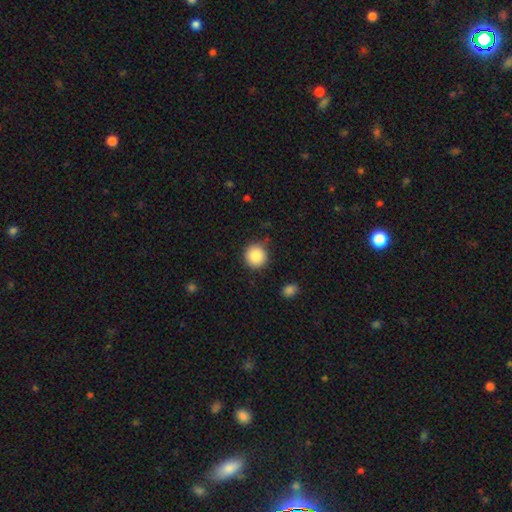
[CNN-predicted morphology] Q: Smooth or featured?
A: smooth (88%); runner-up: star or artifact (8%)
Q: How rounded?
A: round (94%); runner-up: in between (5%)
Q: Merging?
A: none (86%); runner-up: minor disturbance (9%)